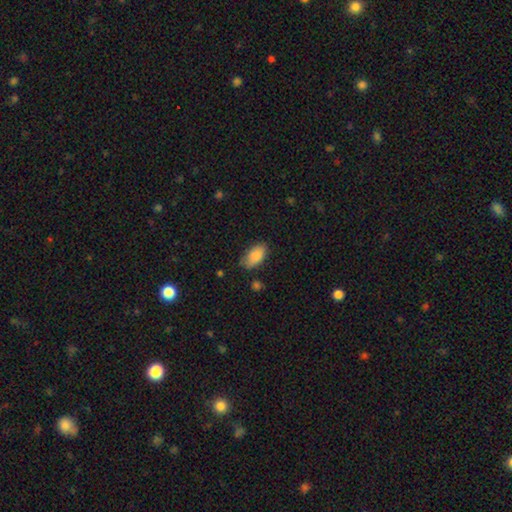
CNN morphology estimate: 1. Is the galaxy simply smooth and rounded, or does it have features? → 87% smooth, 7% star or artifact, 6% featured or disk.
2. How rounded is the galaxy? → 93% in between, 4% round, 4% cigar-shaped.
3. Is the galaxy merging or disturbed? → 75% none, 19% minor disturbance, 4% major disturbance, 2% merger.